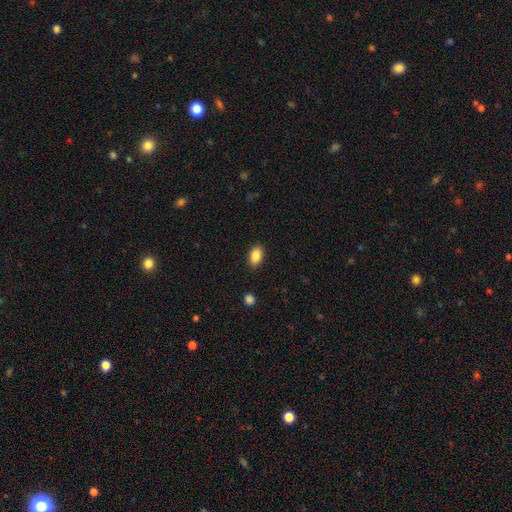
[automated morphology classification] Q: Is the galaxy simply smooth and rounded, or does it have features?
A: smooth — 87%.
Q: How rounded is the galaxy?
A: in between — 89%.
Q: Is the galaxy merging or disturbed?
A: none — 88%.